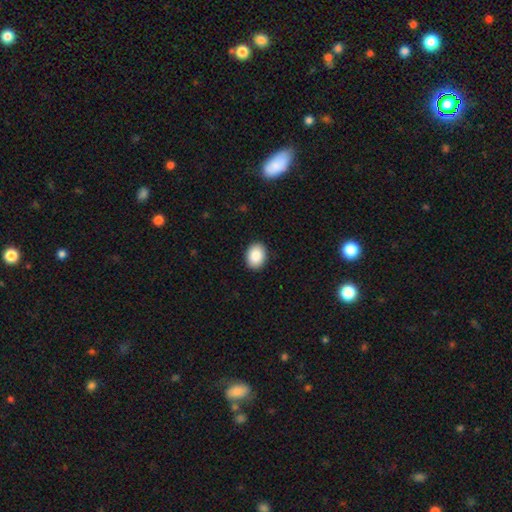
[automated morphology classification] A smooth galaxy with no disk features (88%) that is in between round and cigar-shaped (65%). Merging: none (91%).